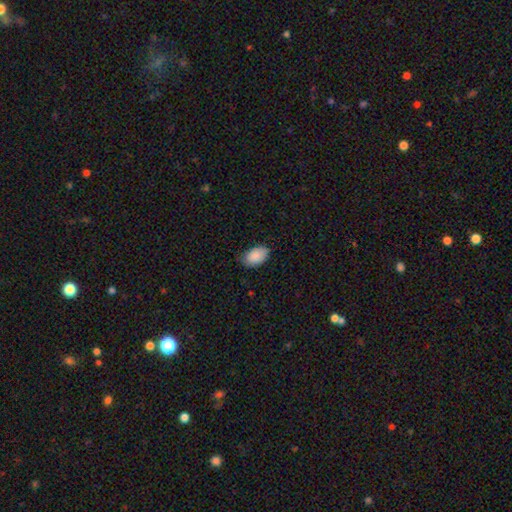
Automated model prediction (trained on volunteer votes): This appears to be a smooth galaxy with no disk features (88%) that is in between round and cigar-shaped (91%). Merging: none (74%).